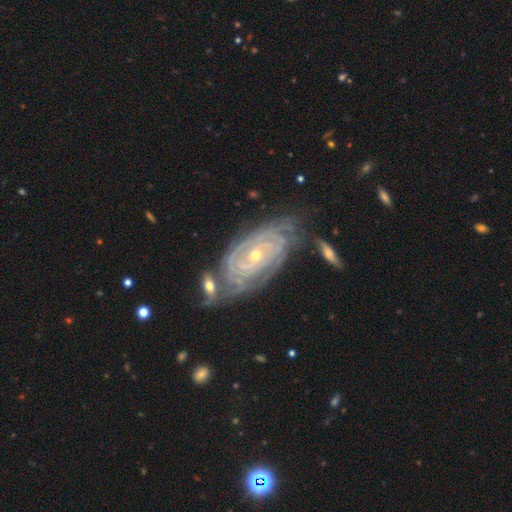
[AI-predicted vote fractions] A featured or disk galaxy (90%) with no bar (70%), tight (85%) spiral arms (96%) and a small central bulge (66%).

Vote fractions:
- Smooth or featured? featured or disk: 90% / smooth: 5% / star or artifact: 5%
- Edge-on disk? no: 95% / yes: 5%
- Bar? no: 70% / weak: 21% / strong: 8%
- Spiral arms? yes: 96% / no: 4%
- Spiral winding? tight: 85% / medium: 12% / loose: 3%
- Spiral arm count? can't tell: 35% / 4: 17% / 3: 16% / 2: 15% / more than 4: 11% / 1: 6%
- Bulge size? small: 66% / moderate: 31% / large: 1% / none: 1% / dominant: 1%
- Merging? none: 53% / minor disturbance: 21% / merger: 16% / major disturbance: 10%